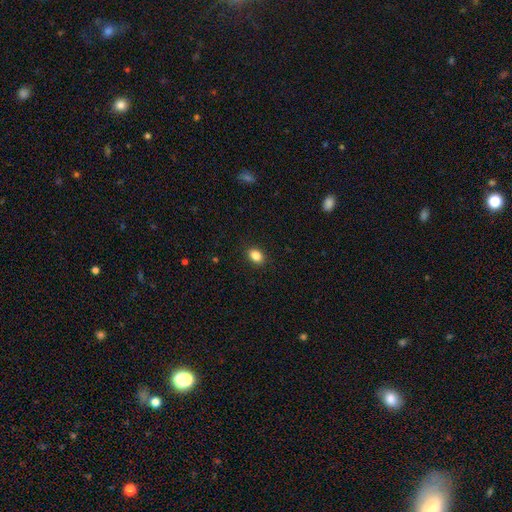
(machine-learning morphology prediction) Q: Smooth or featured?
A: smooth (86%); runner-up: star or artifact (10%)
Q: How rounded?
A: in between (68%); runner-up: round (31%)
Q: Merging?
A: none (90%); runner-up: minor disturbance (7%)